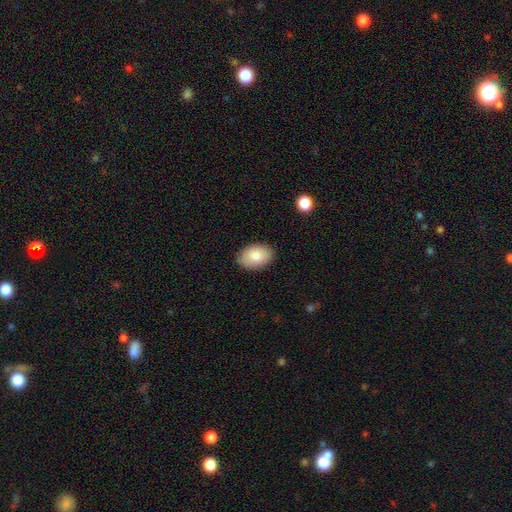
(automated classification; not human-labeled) A smooth galaxy with no disk features (82%) that is in between round and cigar-shaped (87%). Merging: none (87%).